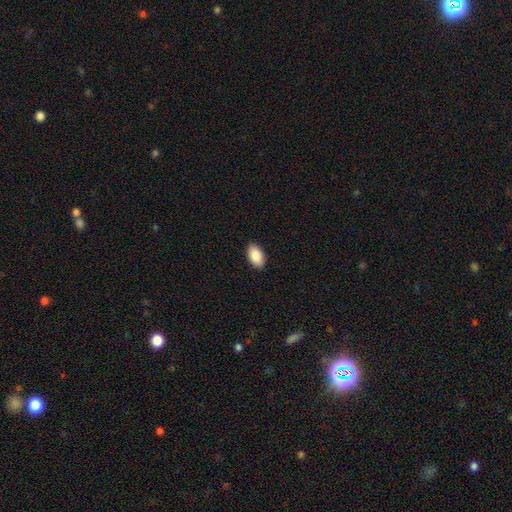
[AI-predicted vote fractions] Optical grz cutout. It shows a smooth galaxy with no disk features (88%) that is in between round and cigar-shaped (94%). Merging: none (90%).